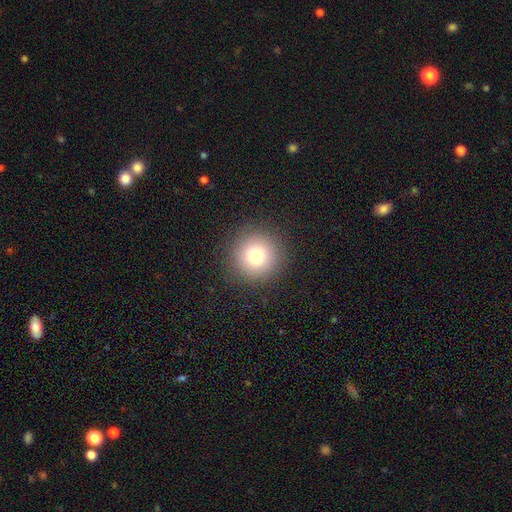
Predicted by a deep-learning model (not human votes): Smooth or featured?
  - smooth: 77% *
  - star or artifact: 14%
  - featured or disk: 10%
How rounded?
  - round: 96% *
  - in between: 3%
  - cigar-shaped: 1%
Merging?
  - none: 91% *
  - minor disturbance: 6%
  - major disturbance: 3%
  - merger: 1%